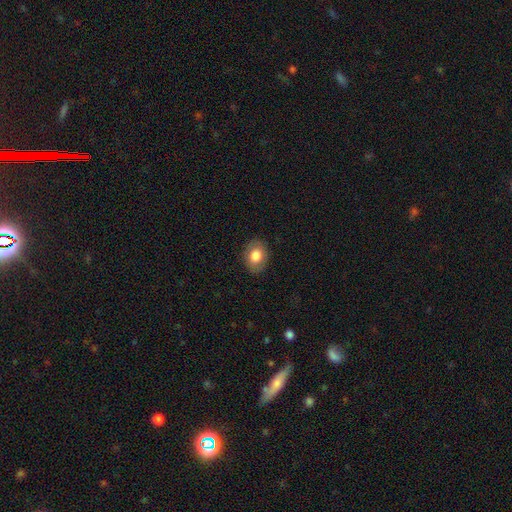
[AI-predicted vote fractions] Smooth or featured: smooth — 78% (featured or disk — 14%)
How rounded: in between — 65% (round — 34%)
Merging: none — 85% (minor disturbance — 11%)